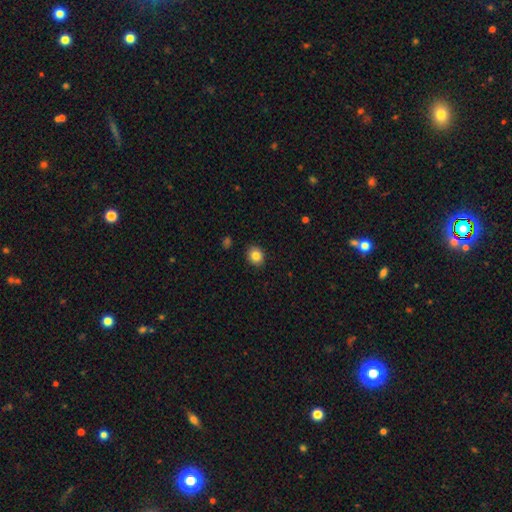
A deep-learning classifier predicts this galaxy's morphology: type=smooth (84%); roundness=round (67%); merging=none (90%).